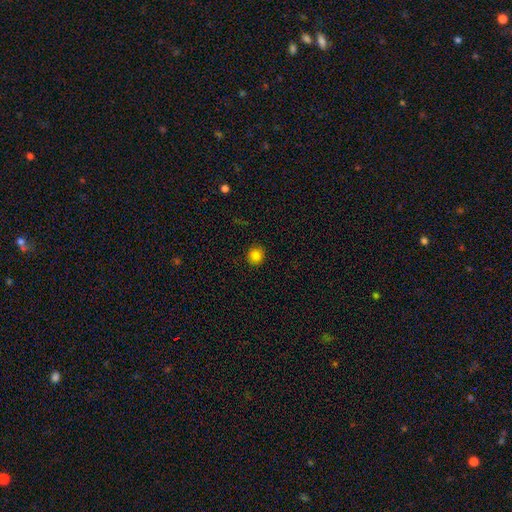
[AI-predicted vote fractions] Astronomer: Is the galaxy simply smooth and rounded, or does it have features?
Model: smooth — 84%.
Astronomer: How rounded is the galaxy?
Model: round — 90%.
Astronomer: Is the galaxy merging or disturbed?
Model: none — 91%.